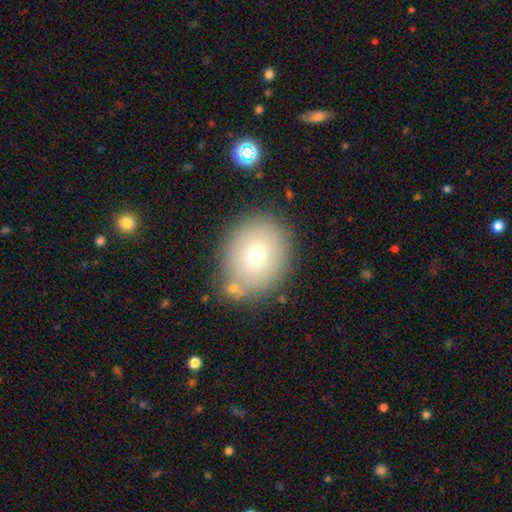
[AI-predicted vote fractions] Smooth or featured: smooth — 72% (featured or disk — 17%)
How rounded: round — 61% (in between — 38%)
Merging: none — 79% (minor disturbance — 12%)